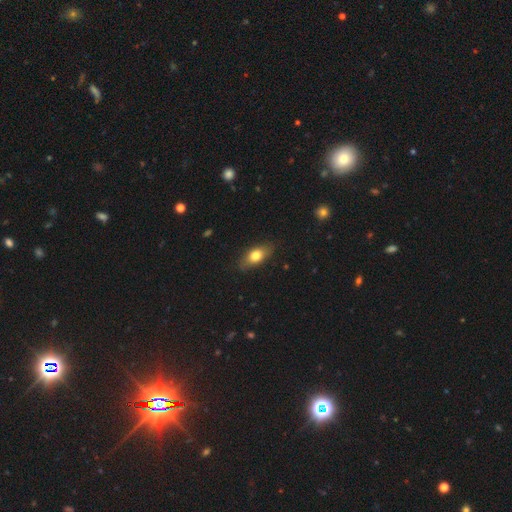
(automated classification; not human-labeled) Morphology: type=smooth (74%); roundness=in between (83%); merging=none (83%).